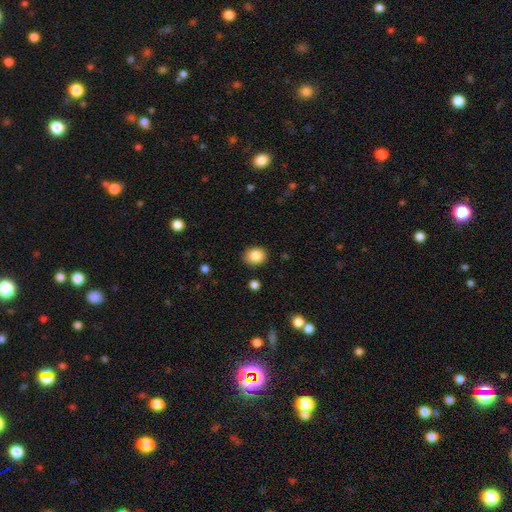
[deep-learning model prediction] Smooth or featured?
  - smooth: 85% *
  - star or artifact: 9%
  - featured or disk: 6%
How rounded?
  - round: 55% *
  - in between: 44%
  - cigar-shaped: 1%
Merging?
  - none: 88% *
  - minor disturbance: 8%
  - major disturbance: 2%
  - merger: 2%